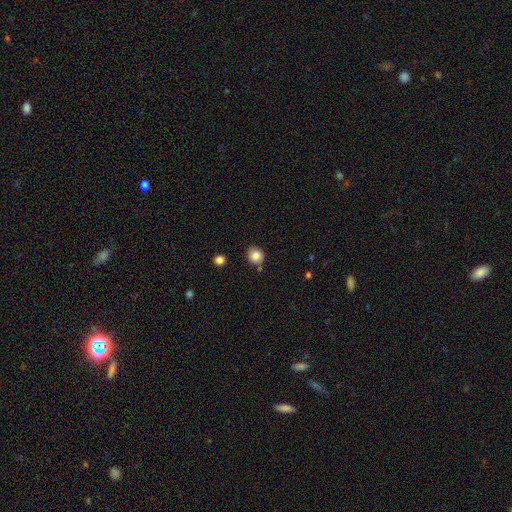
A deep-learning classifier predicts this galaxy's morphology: Smooth or featured? Predicted: smooth (p=0.84). How rounded? Predicted: round (p=0.84). Merging? Predicted: none (p=0.78).